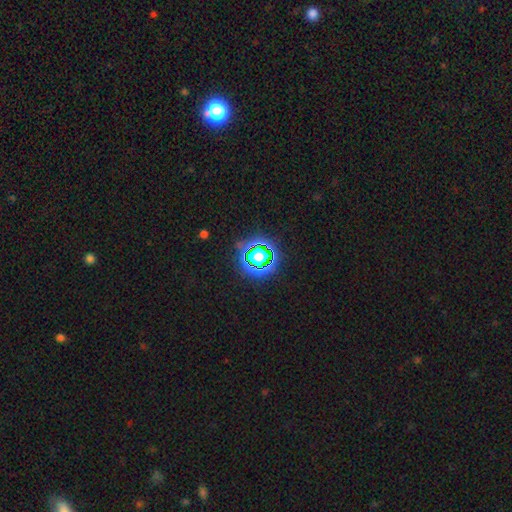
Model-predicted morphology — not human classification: A star or artifact, not a galaxy (77%).